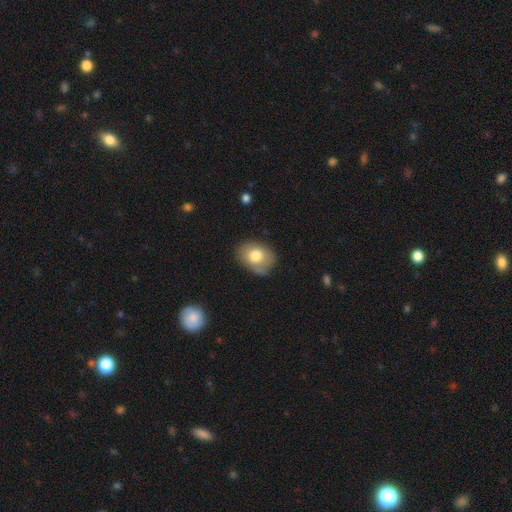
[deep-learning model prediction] Overall: smooth (75%). How rounded: in between (68%; round 31%). Merging: none (73%).